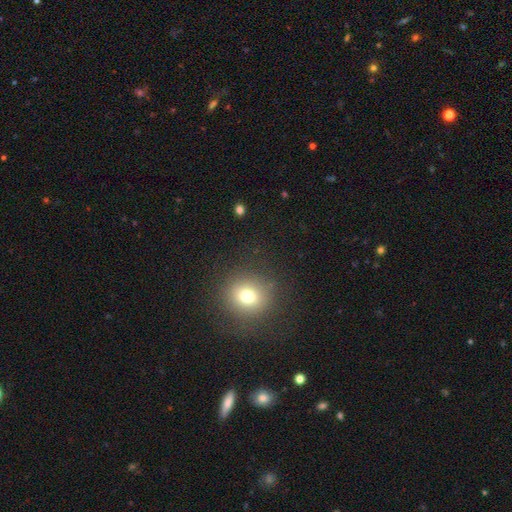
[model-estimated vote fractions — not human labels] Q: Smooth or featured?
A: smooth (67%); runner-up: star or artifact (23%)
Q: How rounded?
A: round (85%); runner-up: in between (14%)
Q: Merging?
A: none (89%); runner-up: minor disturbance (7%)